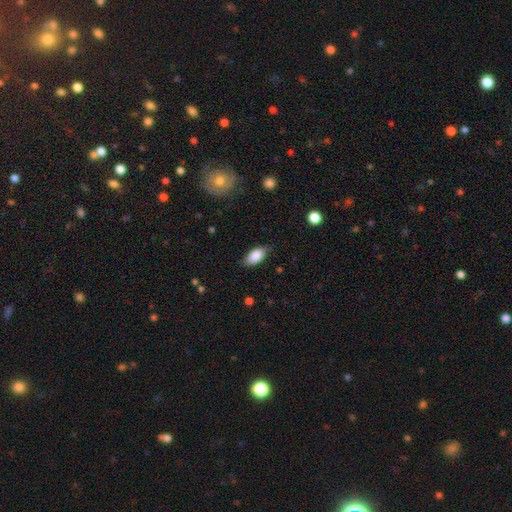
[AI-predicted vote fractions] This appears to be a smooth galaxy with no disk features (85%) that is in between round and cigar-shaped (92%). Merging: none (78%).